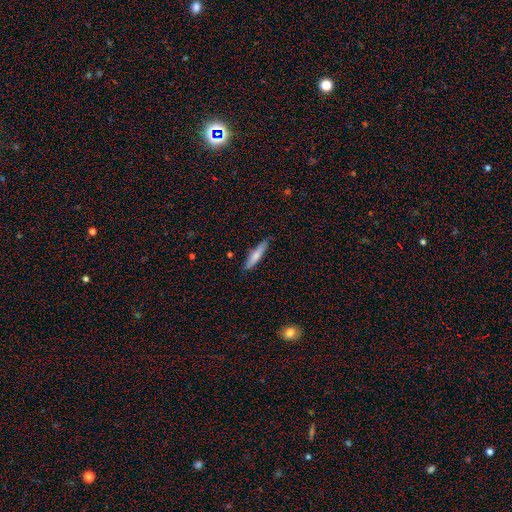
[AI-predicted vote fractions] Smooth or featured? Predicted: smooth (p=0.72). How rounded? Predicted: cigar-shaped (p=0.85). Merging? Predicted: none (p=0.85).